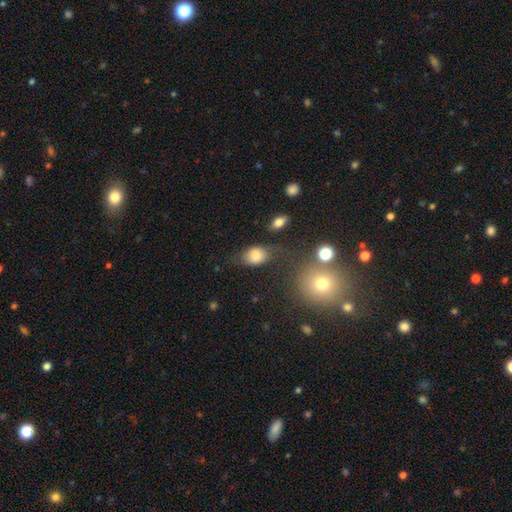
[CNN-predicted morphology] Smooth or featured? Predicted: smooth (p=0.75). How rounded? Predicted: in between (p=0.69). Merging? Predicted: none (p=0.52).